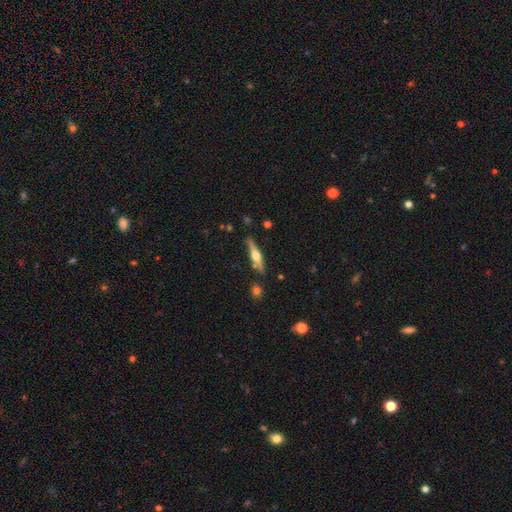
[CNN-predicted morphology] Smooth or featured?
  - featured or disk: 65% *
  - smooth: 29%
  - star or artifact: 6%
Edge-on disk?
  - yes: 96% *
  - no: 4%
Edge-on bulge?
  - rounded: 94% *
  - boxy: 4%
  - none: 2%
Merging?
  - none: 82% *
  - minor disturbance: 11%
  - merger: 4%
  - major disturbance: 2%